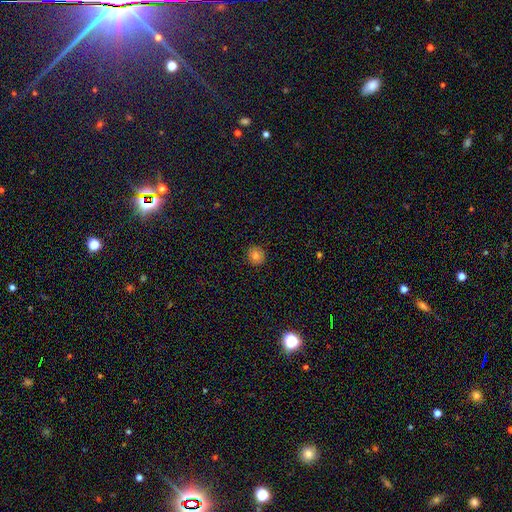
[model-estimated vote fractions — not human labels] A smooth galaxy with no disk features (80%) that is round (92%).

Vote fractions:
- Smooth or featured? smooth: 80% / star or artifact: 11% / featured or disk: 9%
- How rounded? round: 92% / in between: 7% / cigar-shaped: 1%
- Merging? none: 91% / minor disturbance: 6% / major disturbance: 2% / merger: 1%